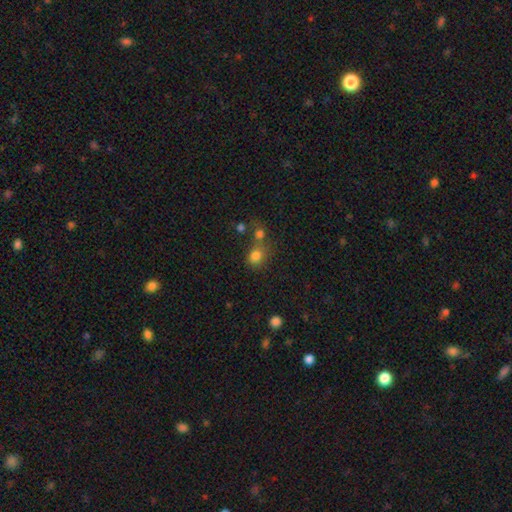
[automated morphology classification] The model was most divided on "merging": none: 45%, merger: 36%, minor disturbance: 12%, major disturbance: 7%. More confident: smooth or featured — smooth (78%); how rounded — round (68%).